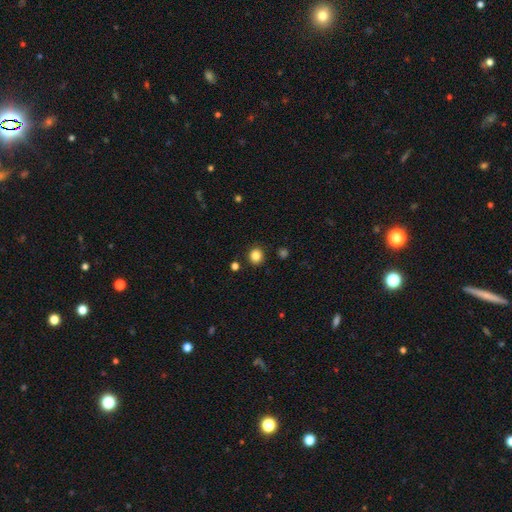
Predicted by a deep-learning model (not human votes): Morphology: type=smooth (84%); roundness=round (88%); merging=none (90%).